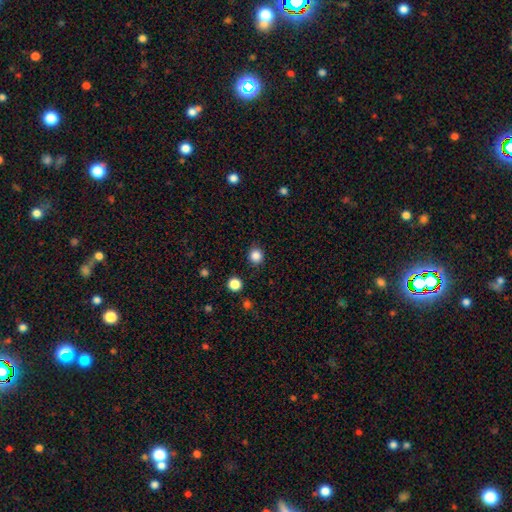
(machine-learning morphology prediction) This appears to be a smooth galaxy with no disk features (85%) that is round (89%). Merging: none (90%).